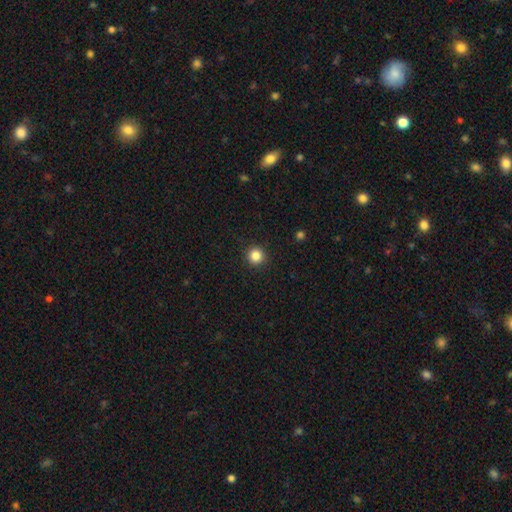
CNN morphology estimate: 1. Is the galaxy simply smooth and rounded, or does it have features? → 85% smooth, 11% star or artifact, 4% featured or disk.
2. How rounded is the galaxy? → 94% round, 5% in between, 1% cigar-shaped.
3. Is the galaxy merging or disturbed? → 92% none, 5% minor disturbance, 2% major disturbance, 1% merger.